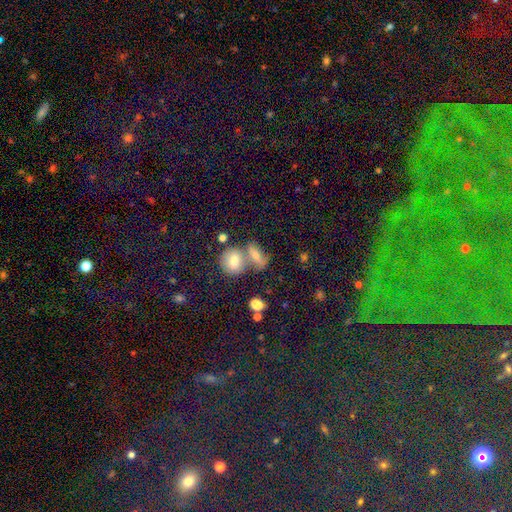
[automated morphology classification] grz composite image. It shows a smooth galaxy with no disk features (70%) that is in between round and cigar-shaped (64%). Merging: merger (50%).